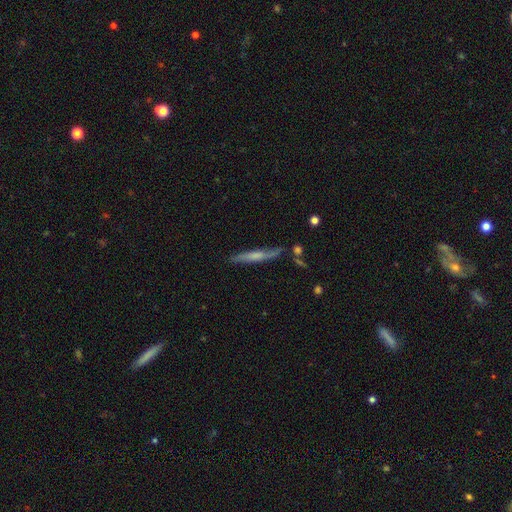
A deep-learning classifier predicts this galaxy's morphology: smooth-or-featured: featured or disk: 48% | smooth: 45% | star or artifact: 7%
  merging: none: 73% | minor disturbance: 17% | merger: 5% | major disturbance: 5%